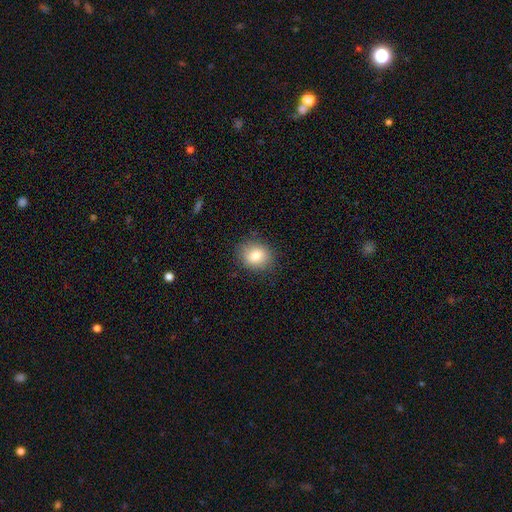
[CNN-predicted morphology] Q: Smooth or featured?
A: smooth (81%); runner-up: star or artifact (10%)
Q: How rounded?
A: round (64%); runner-up: in between (35%)
Q: Merging?
A: none (85%); runner-up: minor disturbance (11%)